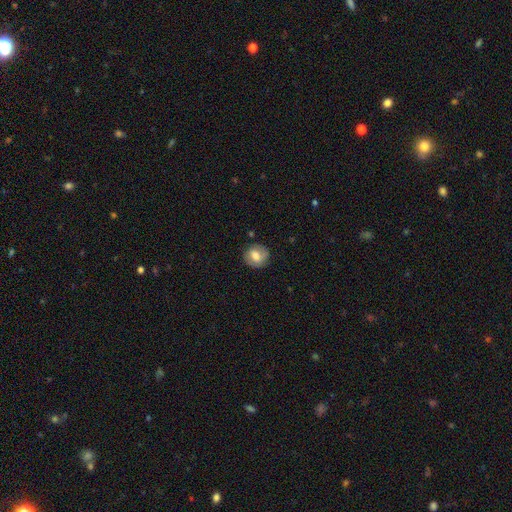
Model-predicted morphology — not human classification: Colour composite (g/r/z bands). It shows a smooth galaxy with no disk features (69%) that is round (81%). Merging: none (83%).